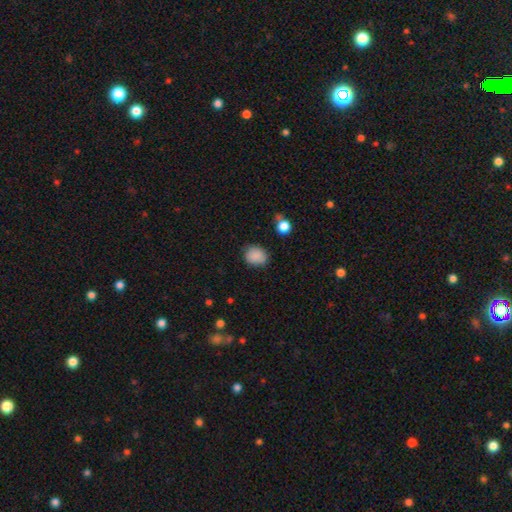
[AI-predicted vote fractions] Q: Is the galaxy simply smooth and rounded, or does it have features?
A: smooth — 86%.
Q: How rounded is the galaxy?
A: round — 58%.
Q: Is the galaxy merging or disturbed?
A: none — 76%.